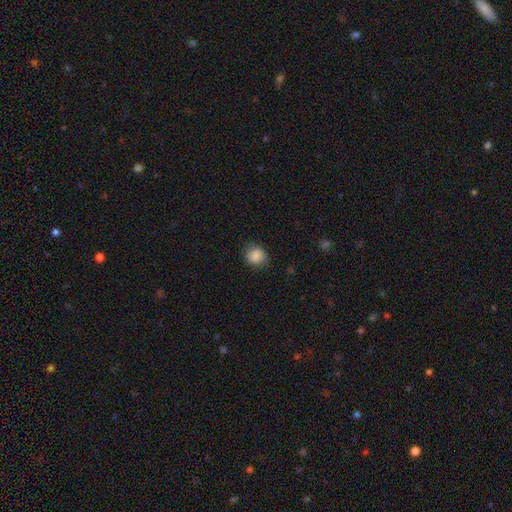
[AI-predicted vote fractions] Smooth or featured? Predicted: smooth (p=0.87). How rounded? Predicted: round (p=0.78). Merging? Predicted: none (p=0.80).